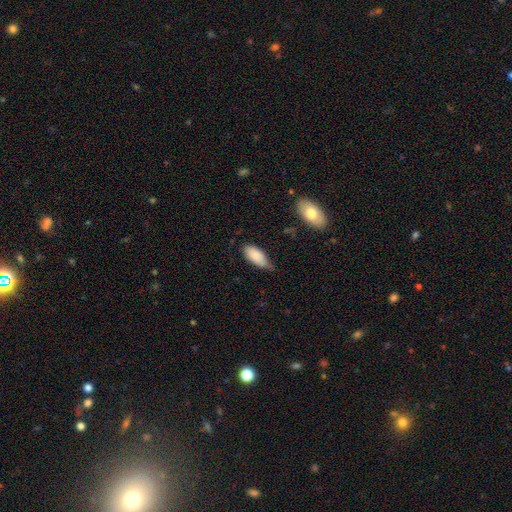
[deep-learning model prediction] This is clearly a smooth galaxy (85%). How rounded: clearly in between (89%). Merging: possibly minor disturbance (47%).